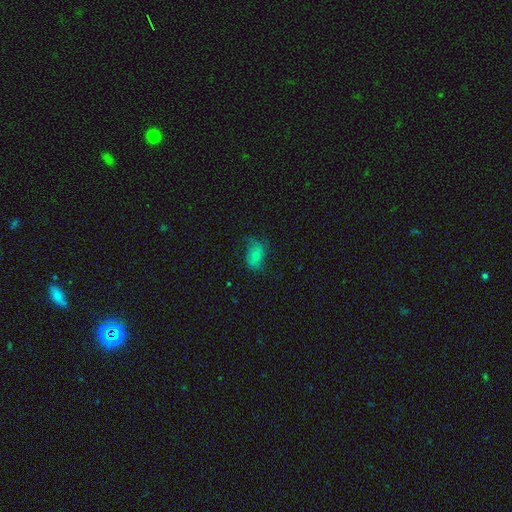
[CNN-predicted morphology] smooth-or-featured: smooth: 49% | featured or disk: 38% | star or artifact: 14%
  merging: none: 59% | minor disturbance: 27% | major disturbance: 13% | merger: 1%